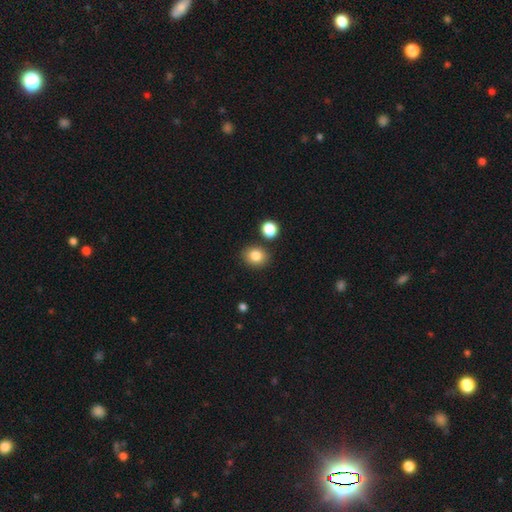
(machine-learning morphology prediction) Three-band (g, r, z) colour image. It shows a smooth galaxy with no disk features (84%) that is round (62%). Merging: none (83%).